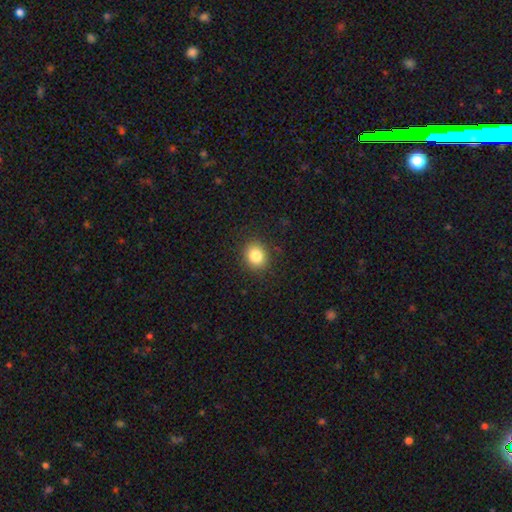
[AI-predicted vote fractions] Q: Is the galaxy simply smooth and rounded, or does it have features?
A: smooth — 83%.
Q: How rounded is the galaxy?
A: round — 69%.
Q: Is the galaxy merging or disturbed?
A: none — 88%.